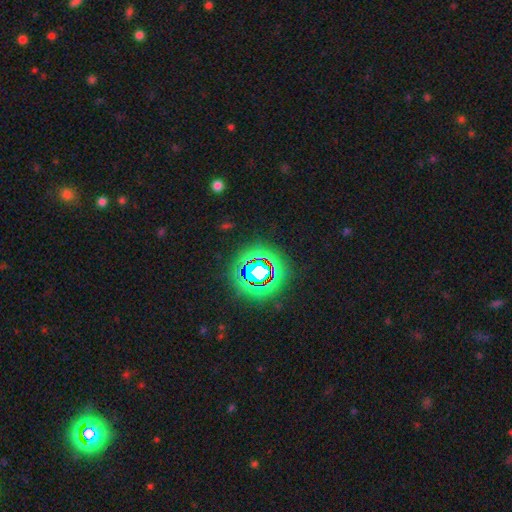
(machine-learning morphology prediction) smooth-or-featured: star or artifact: 79% | smooth: 12% | featured or disk: 8%